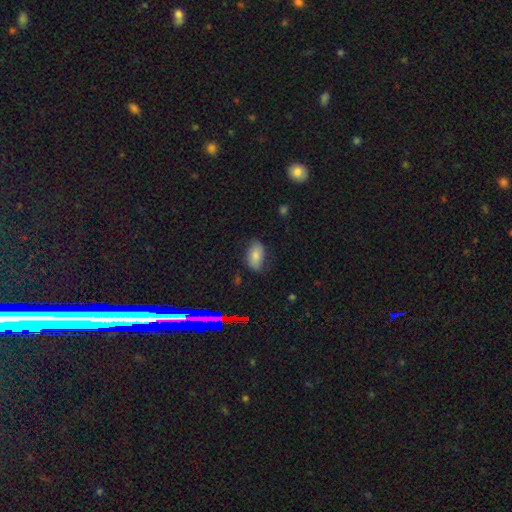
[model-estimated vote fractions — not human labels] smooth 73%, featured or disk 16%, star or artifact 12%. Down the decision tree: how rounded — in between (92%); merging — none (70%).